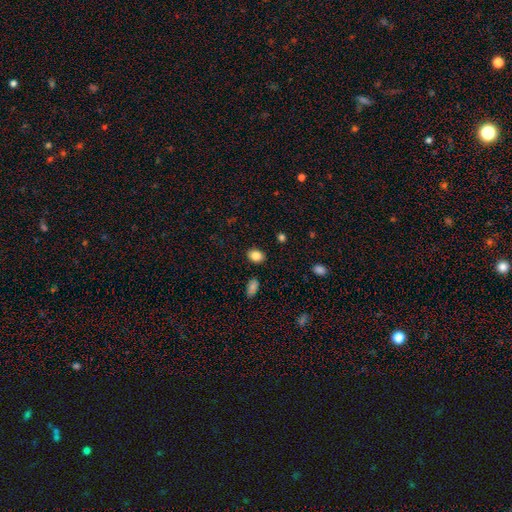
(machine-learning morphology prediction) Smooth or featured: smooth — 85% (star or artifact — 9%)
How rounded: in between — 62% (round — 37%)
Merging: none — 88% (minor disturbance — 8%)